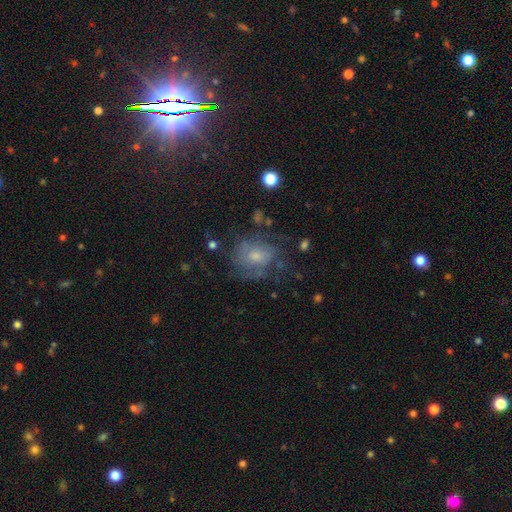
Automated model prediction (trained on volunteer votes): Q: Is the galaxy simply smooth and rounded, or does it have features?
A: featured or disk — 50%.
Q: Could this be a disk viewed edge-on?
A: no — 97%.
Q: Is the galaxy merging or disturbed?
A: none — 52%.